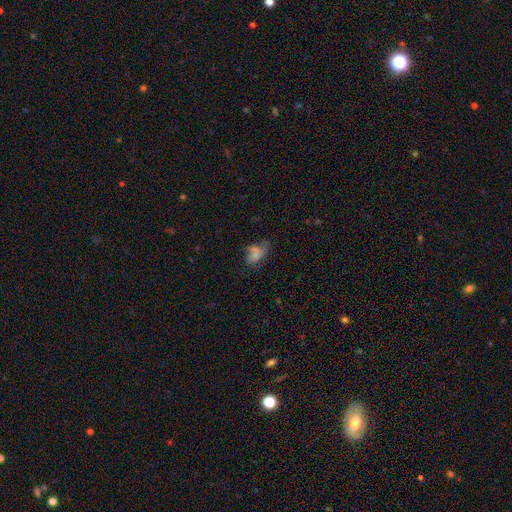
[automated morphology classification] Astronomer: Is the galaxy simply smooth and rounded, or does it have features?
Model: smooth — 49% (runner-up: featured or disk, 30%).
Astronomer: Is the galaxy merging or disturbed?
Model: none — 42% (runner-up: minor disturbance, 25%).